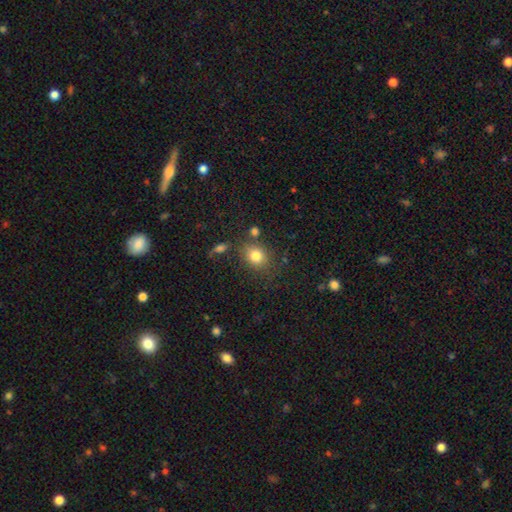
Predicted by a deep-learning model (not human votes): Q: Smooth or featured?
A: smooth (81%); runner-up: star or artifact (12%)
Q: How rounded?
A: round (66%); runner-up: in between (33%)
Q: Merging?
A: none (75%); runner-up: minor disturbance (13%)